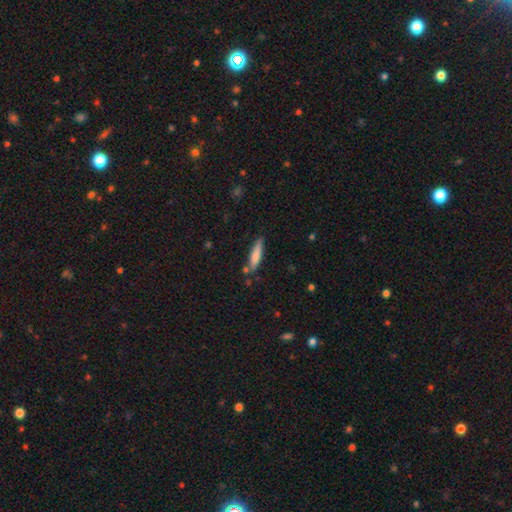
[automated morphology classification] Q: Smooth or featured?
A: smooth (75%); runner-up: featured or disk (19%)
Q: How rounded?
A: cigar-shaped (80%); runner-up: in between (18%)
Q: Merging?
A: none (75%); runner-up: minor disturbance (16%)